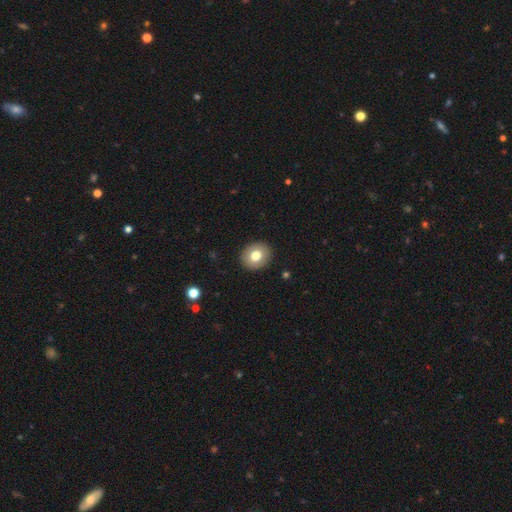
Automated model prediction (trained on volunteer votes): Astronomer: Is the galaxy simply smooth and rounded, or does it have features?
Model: smooth — 77%.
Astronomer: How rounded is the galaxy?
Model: round — 70%.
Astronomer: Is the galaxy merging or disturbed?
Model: none — 91%.